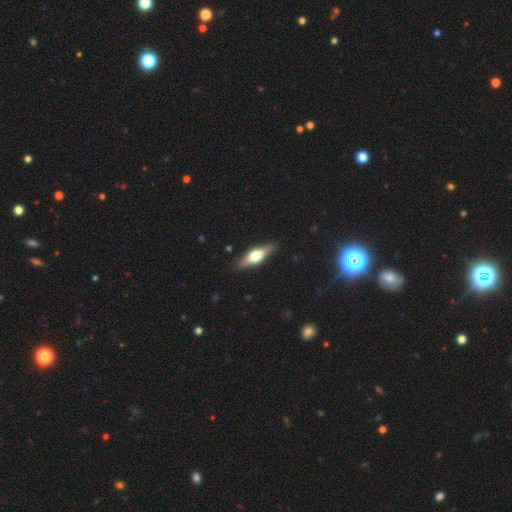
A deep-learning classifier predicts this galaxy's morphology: type=featured or disk (52%); edge-on=yes (91%); merging=none (88%).